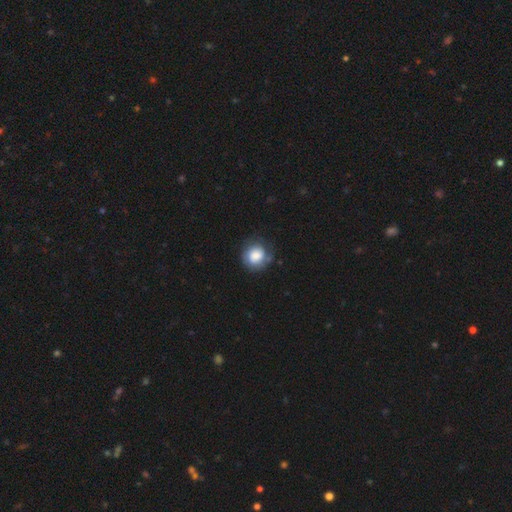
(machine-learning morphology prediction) Smooth or featured?
  - smooth: 72% *
  - featured or disk: 21%
  - star or artifact: 8%
How rounded?
  - round: 84% *
  - in between: 15%
  - cigar-shaped: 1%
Merging?
  - none: 67% *
  - minor disturbance: 22%
  - major disturbance: 9%
  - merger: 2%